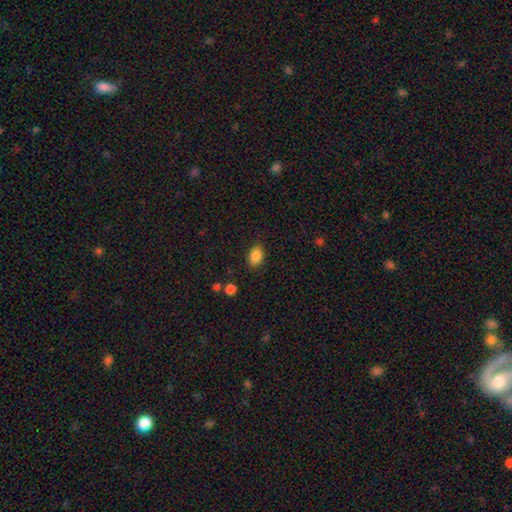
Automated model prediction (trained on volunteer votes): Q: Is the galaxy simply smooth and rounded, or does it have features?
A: smooth — 86%.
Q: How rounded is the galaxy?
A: in between — 84%.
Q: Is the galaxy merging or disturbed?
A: none — 84%.